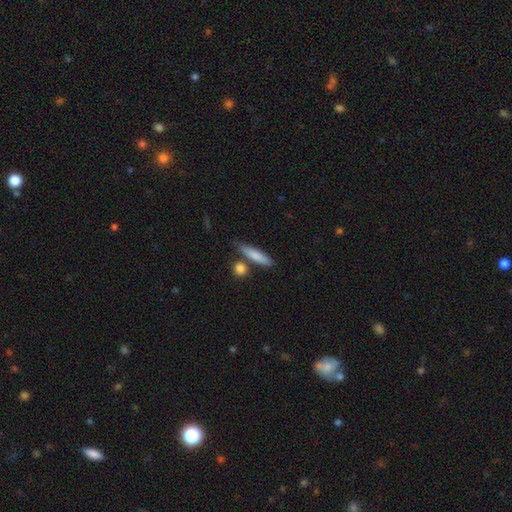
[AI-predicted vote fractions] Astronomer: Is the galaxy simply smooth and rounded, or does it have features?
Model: smooth — 81%.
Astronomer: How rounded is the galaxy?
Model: cigar-shaped — 76%.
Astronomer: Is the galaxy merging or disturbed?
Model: none — 72%.